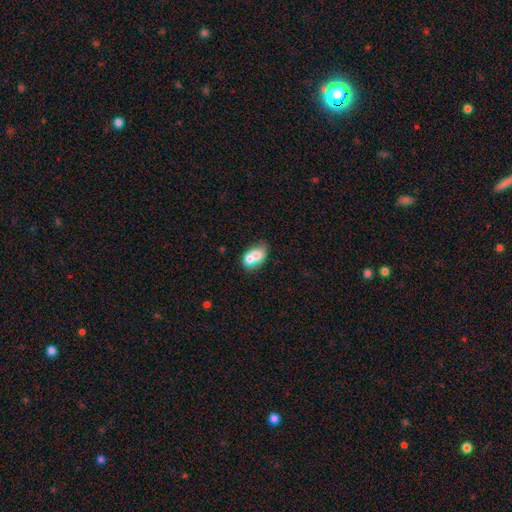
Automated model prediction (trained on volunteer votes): Overall: smooth (68%). How rounded: in between (72%). Merging: merger (57%; none 28%).